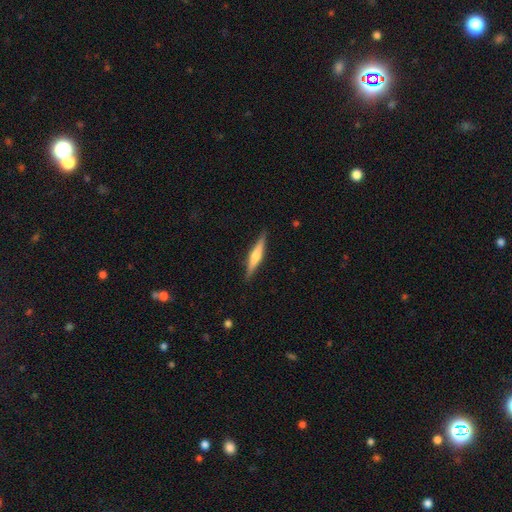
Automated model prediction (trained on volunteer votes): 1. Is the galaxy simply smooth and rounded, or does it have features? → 63% featured or disk, 32% smooth, 6% star or artifact.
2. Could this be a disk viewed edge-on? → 97% yes, 3% no.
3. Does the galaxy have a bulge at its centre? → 80% rounded, 12% boxy, 8% none.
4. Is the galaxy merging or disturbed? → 90% none, 7% minor disturbance, 2% major disturbance, 1% merger.